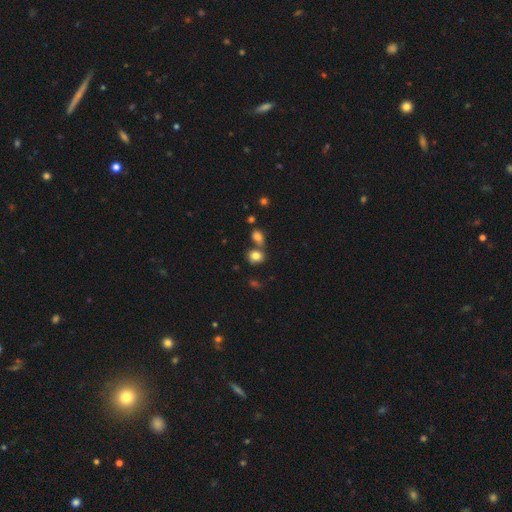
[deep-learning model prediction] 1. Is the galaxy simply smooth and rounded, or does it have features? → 80% smooth, 12% star or artifact, 9% featured or disk.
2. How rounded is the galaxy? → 62% round, 37% in between, 1% cigar-shaped.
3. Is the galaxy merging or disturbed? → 50% none, 37% merger, 10% minor disturbance, 4% major disturbance.